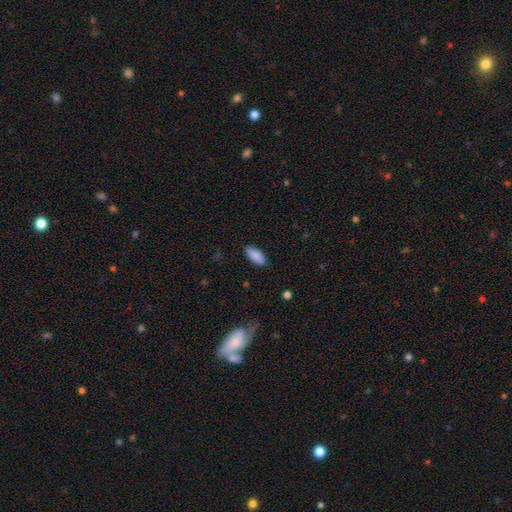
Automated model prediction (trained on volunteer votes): This appears to be a smooth galaxy with no disk features (88%) that is in between round and cigar-shaped (88%). Merging: none (86%).